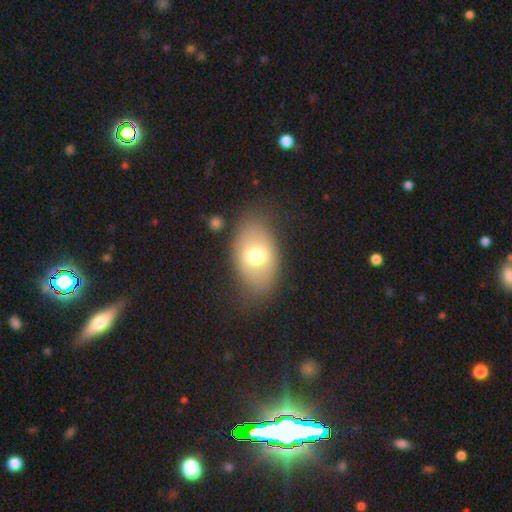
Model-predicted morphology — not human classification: A smooth galaxy with no disk features (67%) that is in between round and cigar-shaped (87%).

Vote fractions:
- Smooth or featured? smooth: 67% / featured or disk: 24% / star or artifact: 9%
- How rounded? in between: 87% / round: 12% / cigar-shaped: 2%
- Merging? none: 75% / minor disturbance: 16% / major disturbance: 7% / merger: 3%